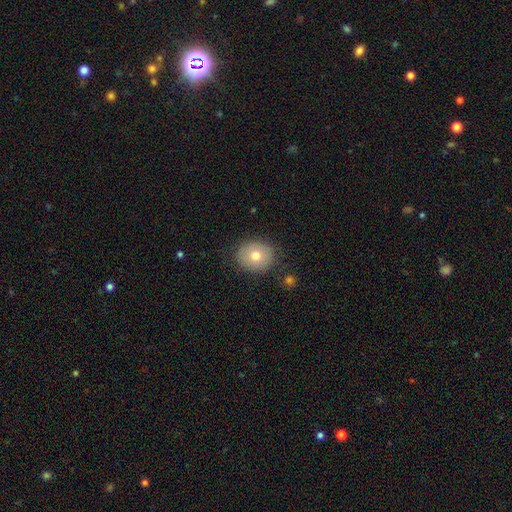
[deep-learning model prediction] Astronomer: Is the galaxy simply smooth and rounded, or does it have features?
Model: smooth — 73%.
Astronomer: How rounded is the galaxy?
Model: round — 71%.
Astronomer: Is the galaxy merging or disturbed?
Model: none — 83%.